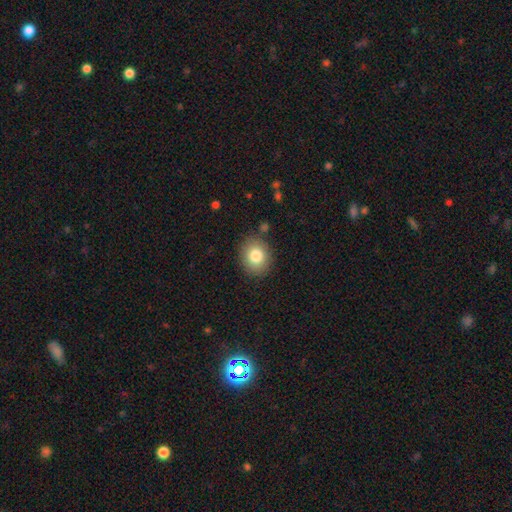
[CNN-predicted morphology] Smooth or featured? Predicted: smooth (p=0.82). How rounded? Predicted: round (p=0.63). Merging? Predicted: none (p=0.85).